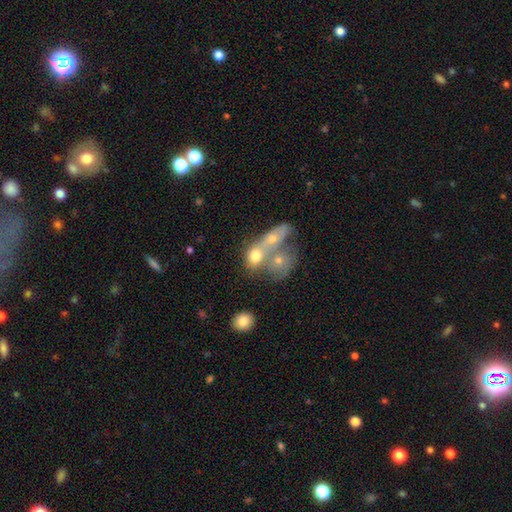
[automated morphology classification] Smooth or featured: smooth — 64% (featured or disk — 24%)
How rounded: round — 49% (in between — 47%)
Merging: merger — 64% (none — 21%)